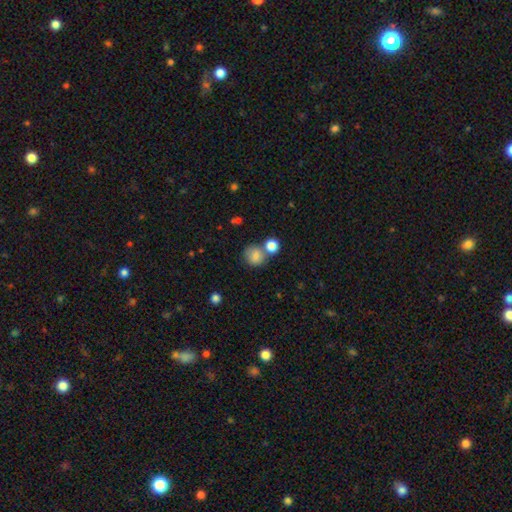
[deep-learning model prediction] Smooth or featured?
  - smooth: 80% *
  - star or artifact: 11%
  - featured or disk: 9%
How rounded?
  - round: 80% *
  - in between: 19%
  - cigar-shaped: 1%
Merging?
  - none: 54% *
  - merger: 30%
  - minor disturbance: 12%
  - major disturbance: 4%